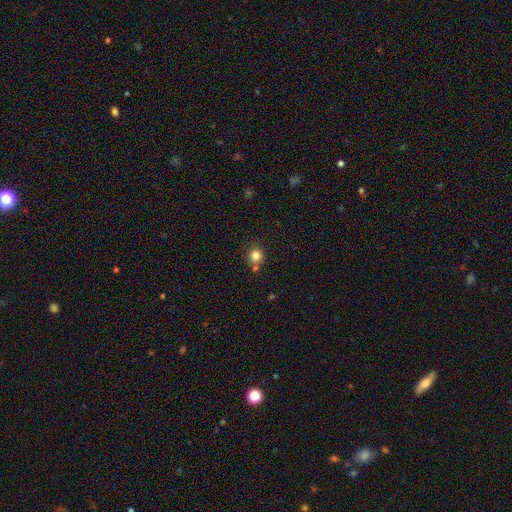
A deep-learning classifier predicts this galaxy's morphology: Smooth or featured? Predicted: smooth (p=0.82). How rounded? Predicted: round (p=0.88). Merging? Predicted: none (p=0.72).